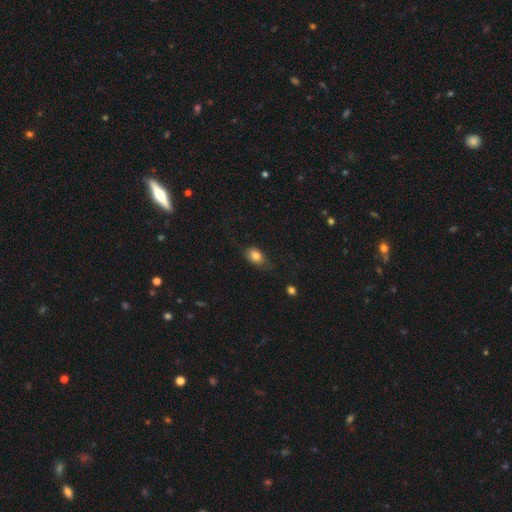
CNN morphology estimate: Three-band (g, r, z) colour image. It shows a smooth galaxy with no disk features (80%) that is in between round and cigar-shaped (82%). Merging: none (65%).